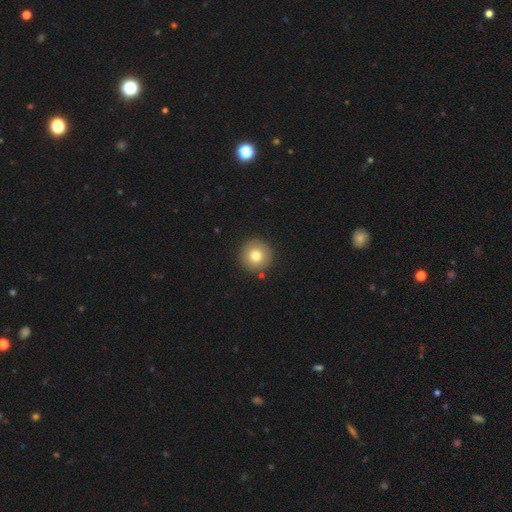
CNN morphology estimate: Overall: smooth (79%). How rounded: round (96%). Merging: none (89%).